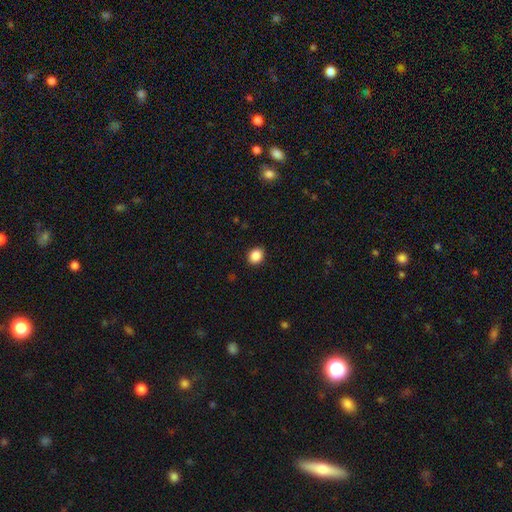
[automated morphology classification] This appears to be a smooth galaxy with no disk features (87%) that is round (66%). Merging: none (91%).